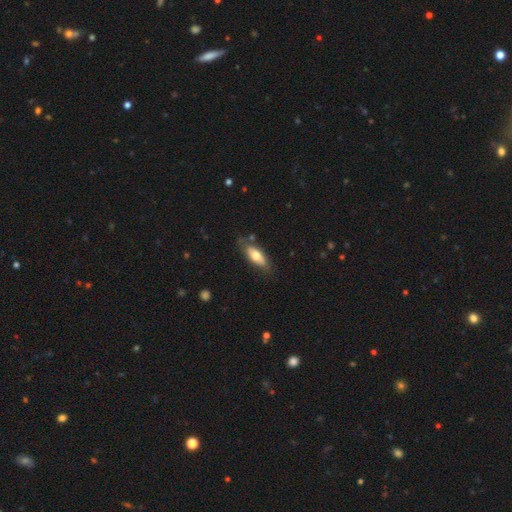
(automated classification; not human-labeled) Morphology: type=smooth (65%); roundness=in between (76%); merging=none (71%).